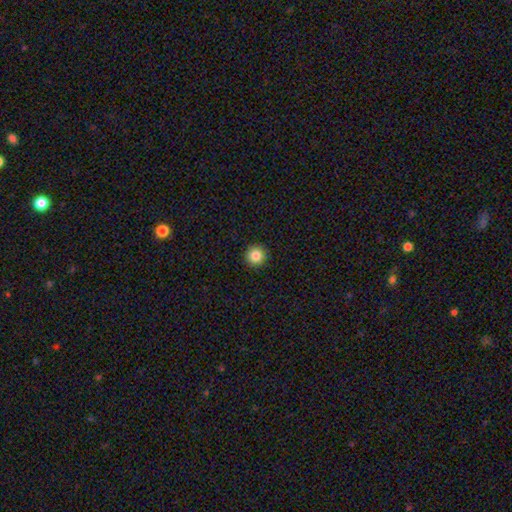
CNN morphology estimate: smooth 85%, star or artifact 10%, featured or disk 5%. Down the decision tree: how rounded — round (96%); merging — none (93%).